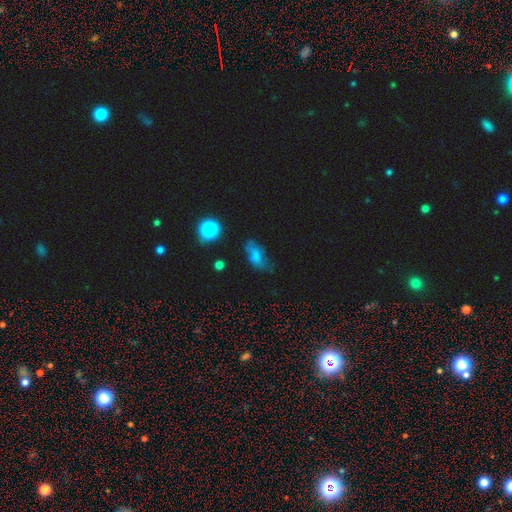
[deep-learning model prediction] Smooth or featured?
  - smooth: 57% *
  - featured or disk: 28%
  - star or artifact: 15%
How rounded?
  - in between: 86% *
  - round: 9%
  - cigar-shaped: 5%
Merging?
  - none: 52% *
  - minor disturbance: 29%
  - major disturbance: 15%
  - merger: 4%